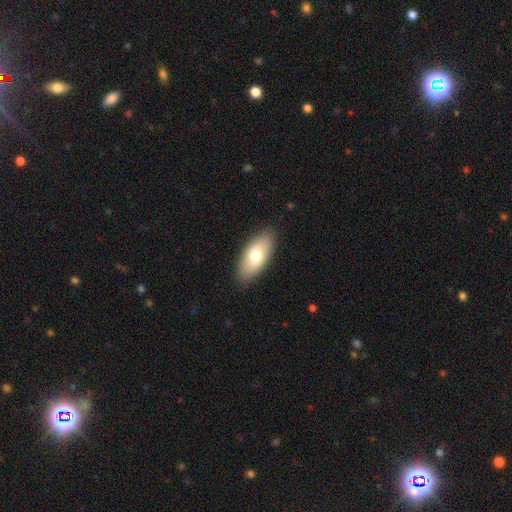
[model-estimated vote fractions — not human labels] Smooth or featured: smooth — 72% (featured or disk — 22%)
How rounded: in between — 89% (cigar-shaped — 9%)
Merging: none — 88% (minor disturbance — 9%)